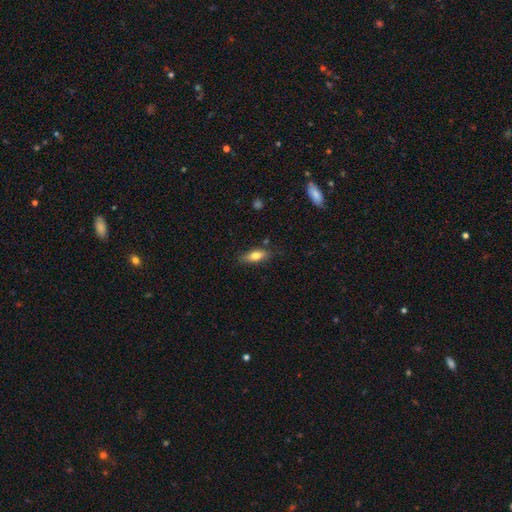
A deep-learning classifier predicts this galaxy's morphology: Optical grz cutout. It shows a smooth galaxy with no disk features (71%) that is in between round and cigar-shaped (66%). Merging: none (79%).